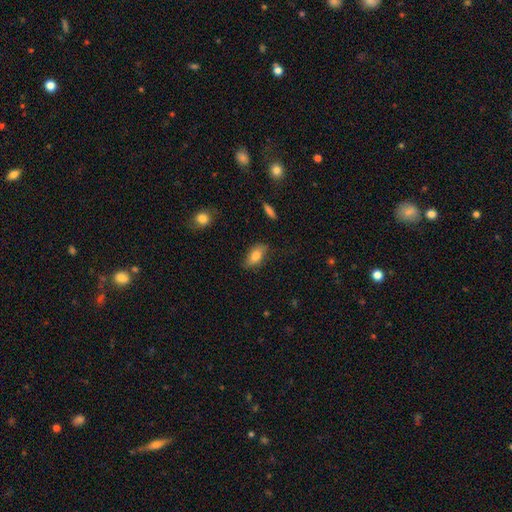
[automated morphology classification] Smooth or featured?
  - smooth: 75% *
  - featured or disk: 18%
  - star or artifact: 7%
How rounded?
  - in between: 86% *
  - cigar-shaped: 9%
  - round: 5%
Merging?
  - none: 72% *
  - minor disturbance: 21%
  - major disturbance: 5%
  - merger: 2%